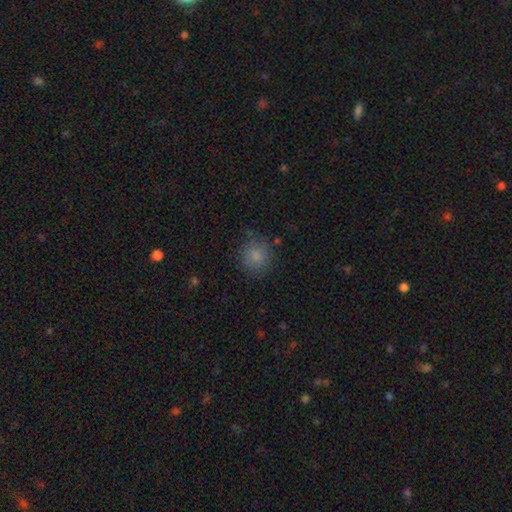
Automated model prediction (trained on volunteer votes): smooth 83%, star or artifact 9%, featured or disk 8%. Down the decision tree: how rounded — round (87%); merging — none (79%).